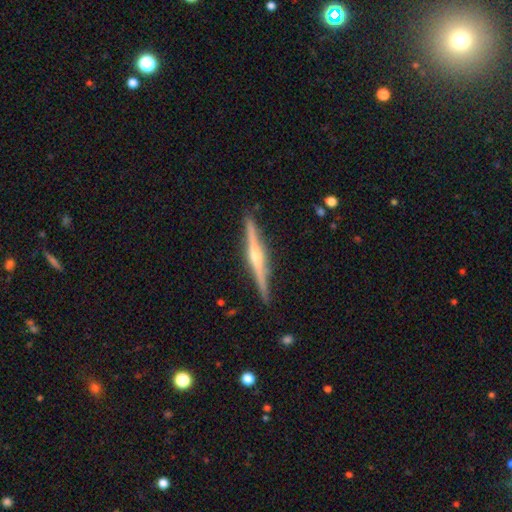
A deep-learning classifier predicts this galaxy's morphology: This is likely a featured or disk galaxy (79%). It is clearly viewed edge-on (98%). Edge-on bulge: clearly rounded (84%). Merging: clearly none (90%).